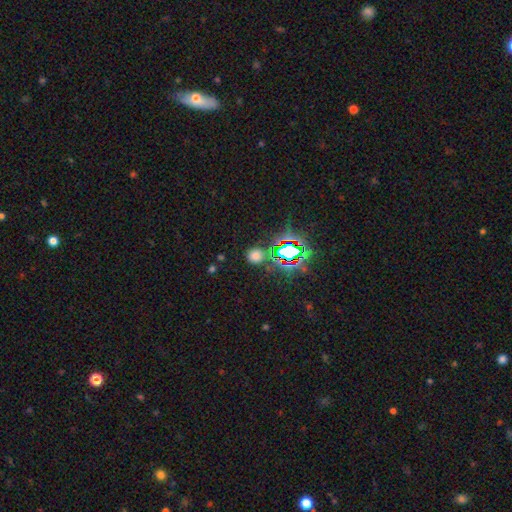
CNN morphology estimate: smooth_or_featured: smooth (p=0.60) [alt: star or artifact p=0.34]
how_rounded: round (p=0.88) [alt: in between p=0.11]
merging: none (p=0.82) [alt: minor disturbance p=0.09]